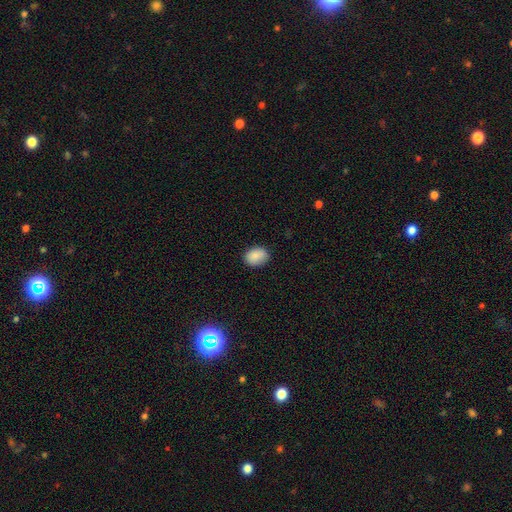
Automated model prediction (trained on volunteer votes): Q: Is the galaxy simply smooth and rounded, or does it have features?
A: smooth — 89%.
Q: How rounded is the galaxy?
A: in between — 68%.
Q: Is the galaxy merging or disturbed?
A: none — 86%.